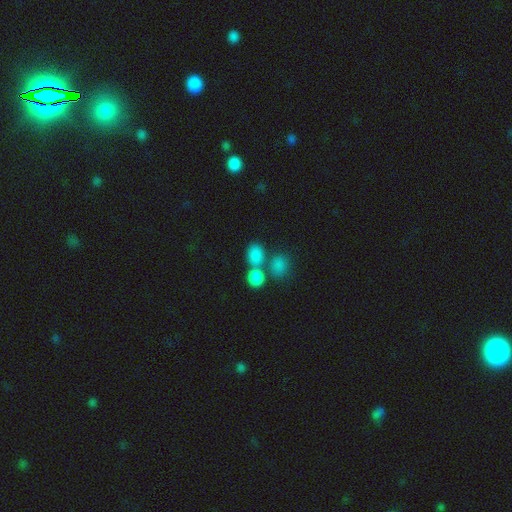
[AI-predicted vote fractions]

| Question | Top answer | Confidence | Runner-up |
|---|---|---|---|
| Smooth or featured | smooth | 82% | star or artifact (12%) |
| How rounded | in between | 56% | round (42%) |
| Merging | none | 49% | merger (37%) |